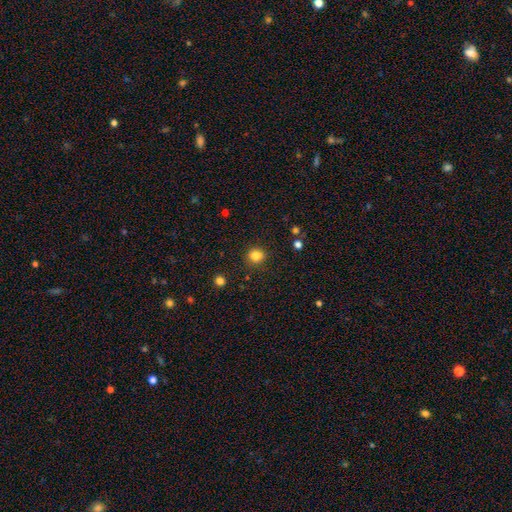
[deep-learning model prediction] A smooth galaxy with no disk features (83%) that is round (85%).

Vote fractions:
- Smooth or featured? smooth: 83% / star or artifact: 12% / featured or disk: 5%
- How rounded? round: 85% / in between: 14% / cigar-shaped: 1%
- Merging? none: 86% / minor disturbance: 9% / major disturbance: 3% / merger: 2%